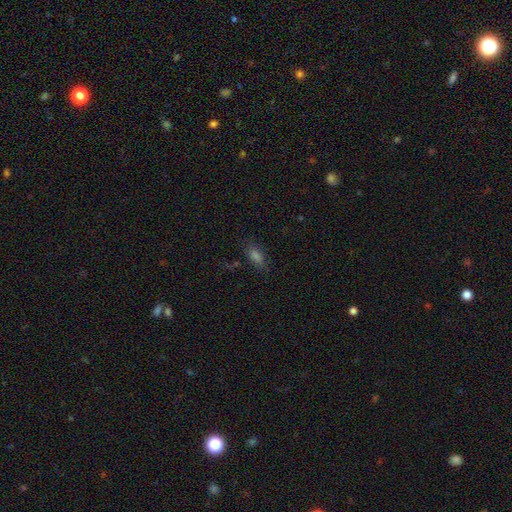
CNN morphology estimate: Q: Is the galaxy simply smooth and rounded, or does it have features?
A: smooth — 63%.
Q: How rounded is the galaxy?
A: in between — 77%.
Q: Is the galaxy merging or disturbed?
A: none — 79%.